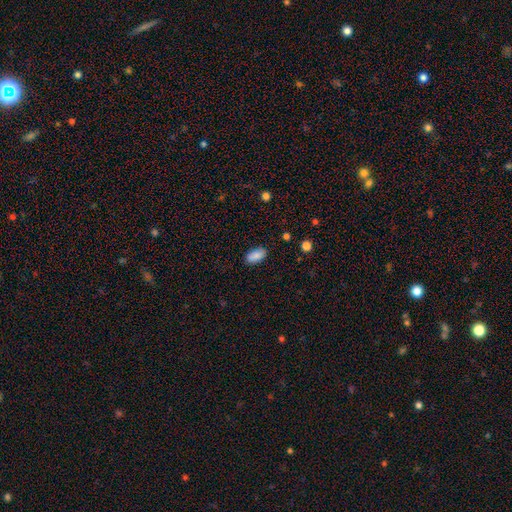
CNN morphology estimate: Smooth or featured: smooth — 87% (star or artifact — 7%)
How rounded: in between — 93% (cigar-shaped — 4%)
Merging: none — 87% (minor disturbance — 10%)